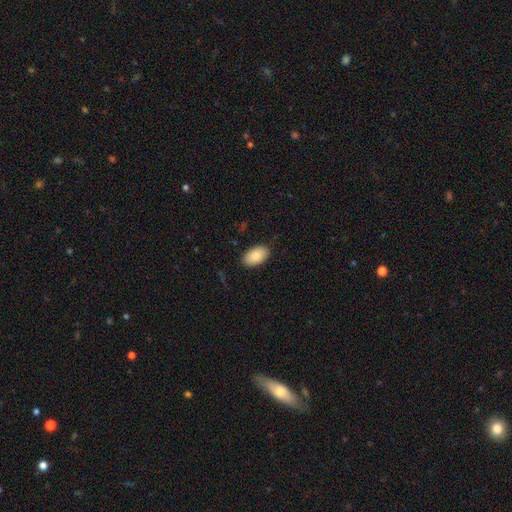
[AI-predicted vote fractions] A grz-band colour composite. It shows a smooth galaxy with no disk features (87%) that is in between round and cigar-shaped (95%). Merging: none (88%).